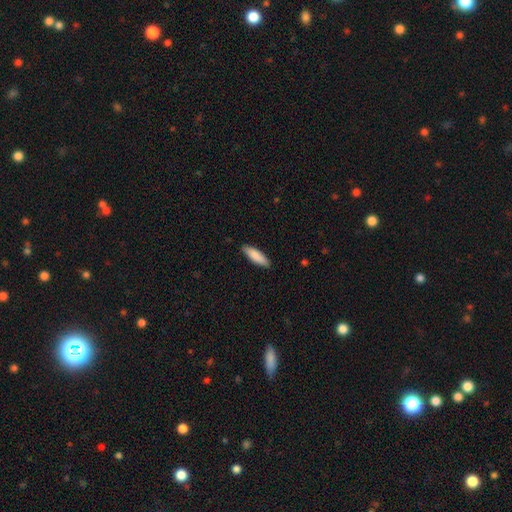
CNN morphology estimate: This is clearly a smooth galaxy (88%). How rounded: possibly cigar-shaped (54%). Merging: clearly none (87%).